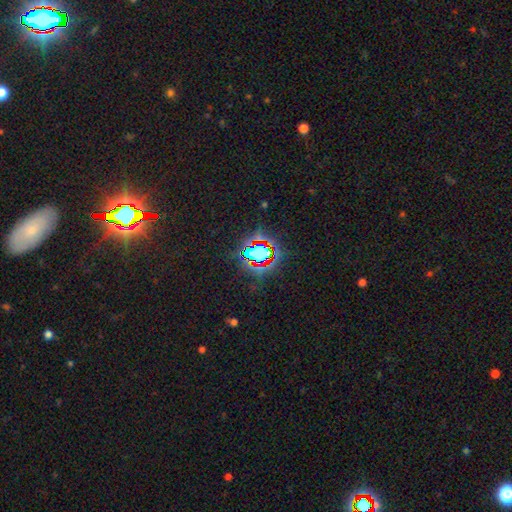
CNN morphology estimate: A star or artifact, not a galaxy (69%).

Vote fractions:
- Smooth or featured? star or artifact: 69% / smooth: 20% / featured or disk: 11%